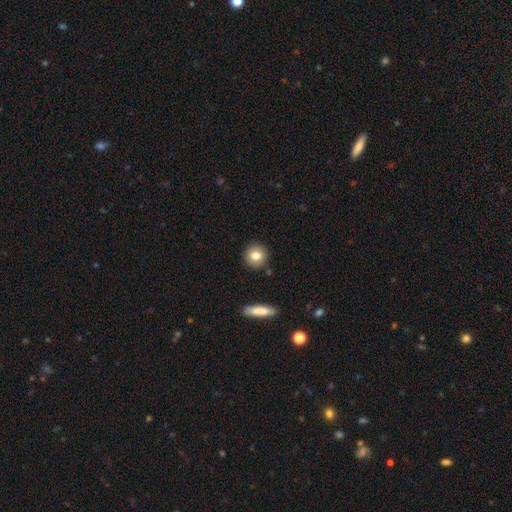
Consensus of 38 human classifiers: Smooth or featured: smooth — 74% (featured or disk — 18%)
How rounded: round — 96% (cigar-shaped — 4%)
Merging: none — 89% (minor disturbance — 11%)